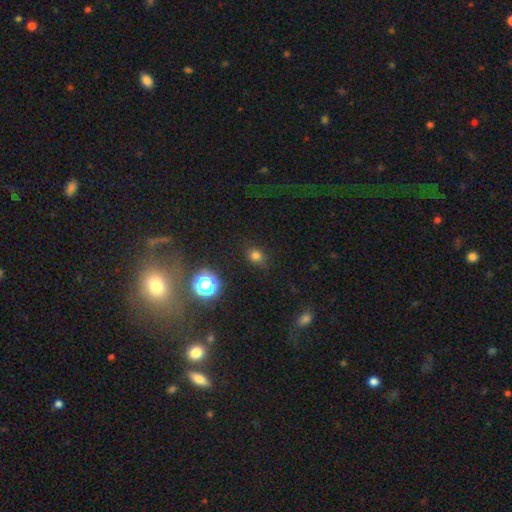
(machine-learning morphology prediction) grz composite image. It shows a smooth galaxy with no disk features (74%) that is round (65%). Merging: none (80%).